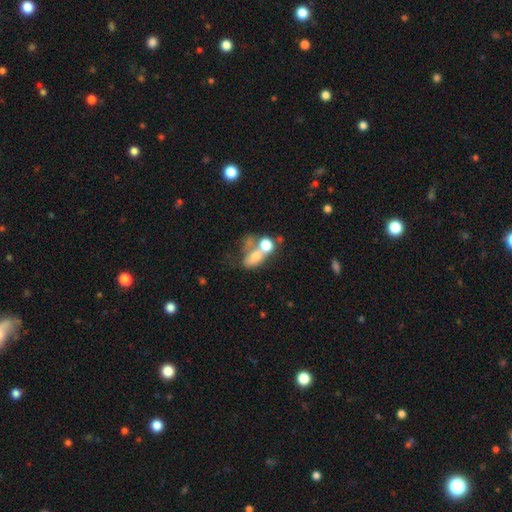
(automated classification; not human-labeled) smooth 64%, featured or disk 22%, star or artifact 13%. Down the decision tree: how rounded — in between (68%); merging — merger (57%).